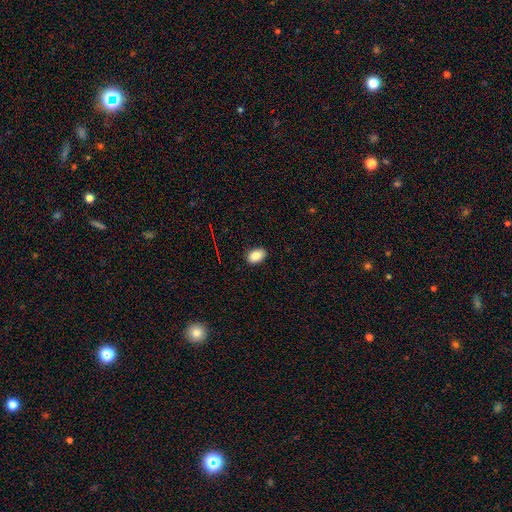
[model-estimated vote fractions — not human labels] Smooth or featured?
  - smooth: 83% *
  - star or artifact: 9%
  - featured or disk: 8%
How rounded?
  - in between: 84% *
  - round: 14%
  - cigar-shaped: 1%
Merging?
  - none: 88% *
  - minor disturbance: 9%
  - major disturbance: 2%
  - merger: 1%